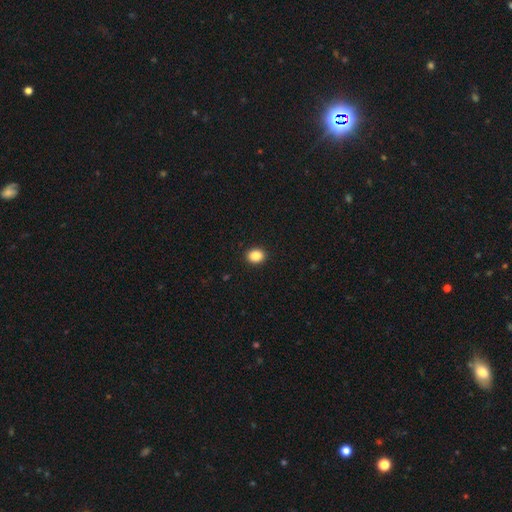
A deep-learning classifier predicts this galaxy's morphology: A smooth galaxy with no disk features (87%) that is round (55%).

Vote fractions:
- Smooth or featured? smooth: 87% / star or artifact: 9% / featured or disk: 4%
- How rounded? round: 55% / in between: 44% / cigar-shaped: 1%
- Merging? none: 92% / minor disturbance: 5% / major disturbance: 2% / merger: 1%